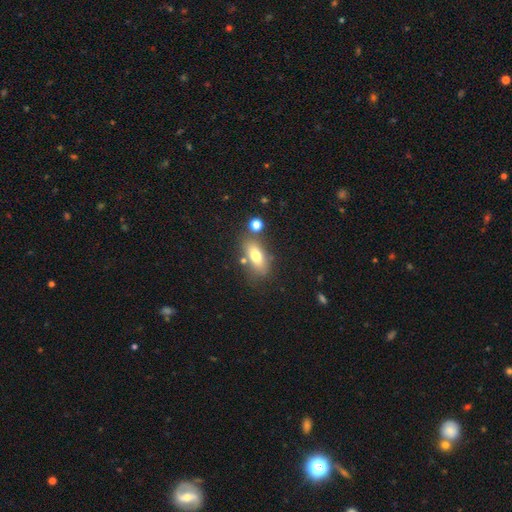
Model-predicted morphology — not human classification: Smooth or featured? Predicted: smooth (p=0.71). How rounded? Predicted: in between (p=0.79). Merging? Predicted: none (p=0.68).